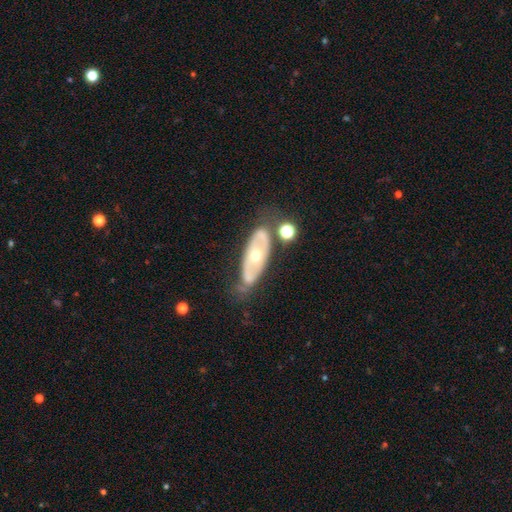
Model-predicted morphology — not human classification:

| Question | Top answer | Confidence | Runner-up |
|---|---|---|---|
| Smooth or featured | featured or disk | 68% | smooth (27%) |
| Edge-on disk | no | 83% | yes (17%) |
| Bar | no | 84% | weak (10%) |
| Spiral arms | no | 73% | yes (27%) |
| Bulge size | moderate | 69% | small (25%) |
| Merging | none | 61% | minor disturbance (21%) |